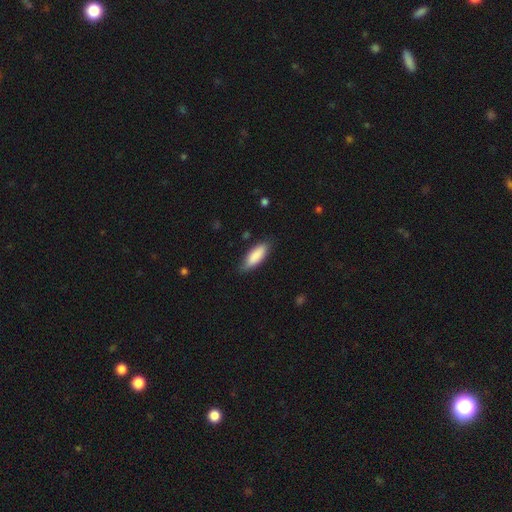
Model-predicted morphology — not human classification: A smooth galaxy with no disk features (87%) that is in between round and cigar-shaped (66%).

Vote fractions:
- Smooth or featured? smooth: 87% / featured or disk: 7% / star or artifact: 6%
- How rounded? in between: 66% / cigar-shaped: 33% / round: 2%
- Merging? none: 81% / minor disturbance: 15% / major disturbance: 3% / merger: 1%